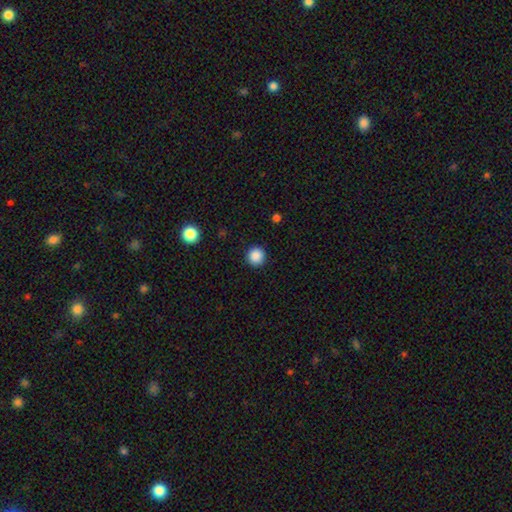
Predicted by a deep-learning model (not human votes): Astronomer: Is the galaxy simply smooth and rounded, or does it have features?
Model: smooth — 88%.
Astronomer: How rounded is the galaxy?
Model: round — 96%.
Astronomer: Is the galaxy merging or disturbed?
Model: none — 92%.